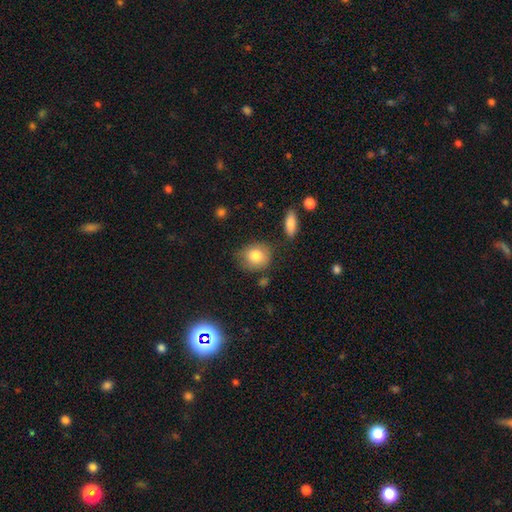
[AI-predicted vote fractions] smooth-or-featured: smooth: 81% | featured or disk: 11% | star or artifact: 8%
  how-rounded: round: 73% | in between: 26% | cigar-shaped: 1%
  merging: none: 73% | minor disturbance: 18% | merger: 5% | major disturbance: 4%